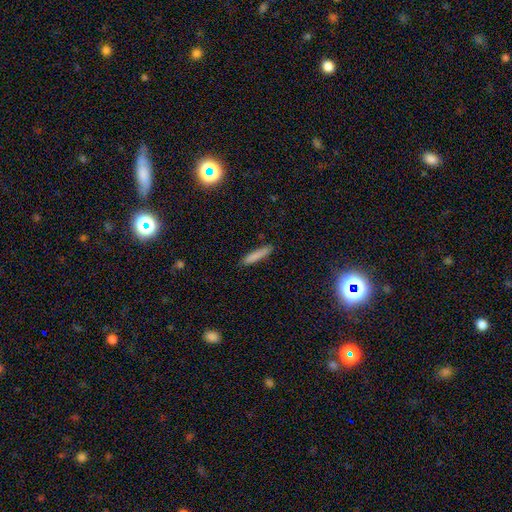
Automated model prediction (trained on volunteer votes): smooth-or-featured: smooth: 84% | featured or disk: 9% | star or artifact: 7%
  how-rounded: cigar-shaped: 89% | in between: 10% | round: 1%
  merging: none: 85% | minor disturbance: 11% | major disturbance: 2% | merger: 2%